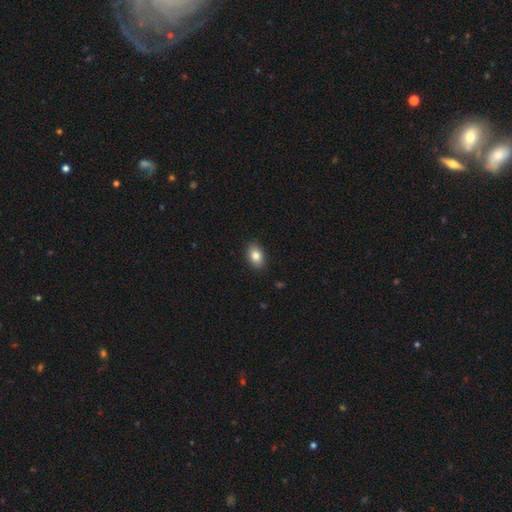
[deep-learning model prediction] Smooth or featured?
  - smooth: 84% *
  - star or artifact: 8%
  - featured or disk: 8%
How rounded?
  - in between: 85% *
  - round: 13%
  - cigar-shaped: 1%
Merging?
  - none: 89% *
  - minor disturbance: 8%
  - major disturbance: 2%
  - merger: 1%